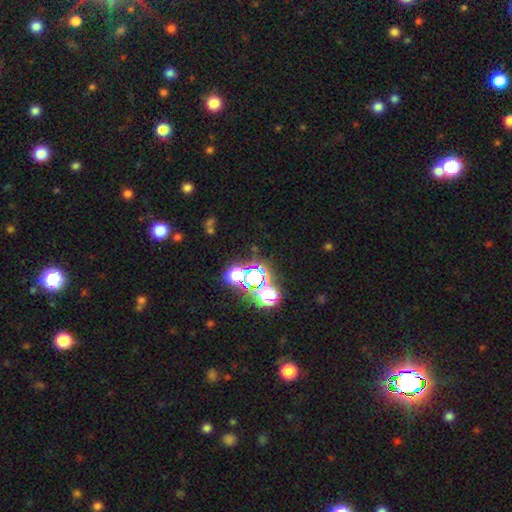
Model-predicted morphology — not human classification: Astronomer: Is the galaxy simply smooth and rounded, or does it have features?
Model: star or artifact — 71%.